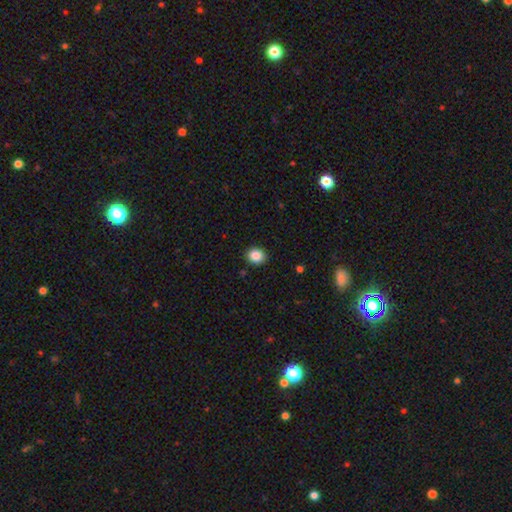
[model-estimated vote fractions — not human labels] A smooth galaxy with no disk features (86%) that is round (68%). Merging: none (90%).